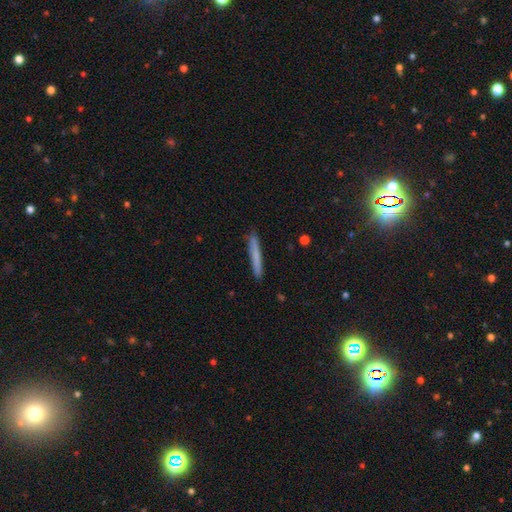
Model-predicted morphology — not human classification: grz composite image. It shows a smooth galaxy with no disk features (74%) that is cigar-shaped (97%). Merging: none (90%).